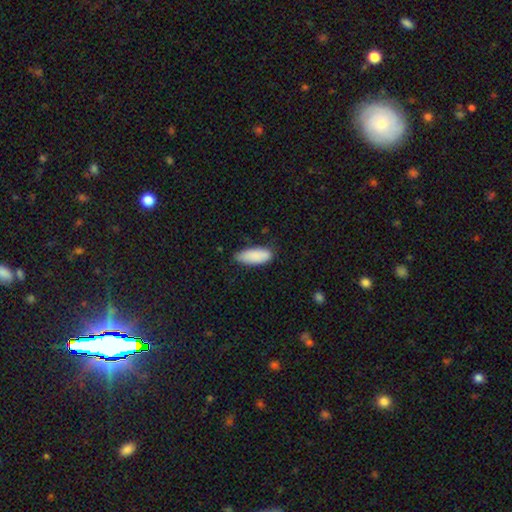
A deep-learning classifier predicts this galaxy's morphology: This is clearly a smooth galaxy (88%). How rounded: likely in between (78%). Merging: likely none (69%).